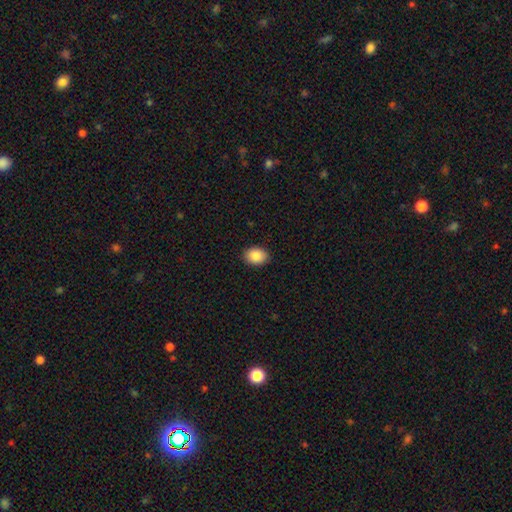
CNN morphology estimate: Smooth or featured? Predicted: smooth (p=0.88). How rounded? Predicted: in between (p=0.71). Merging? Predicted: none (p=0.89).